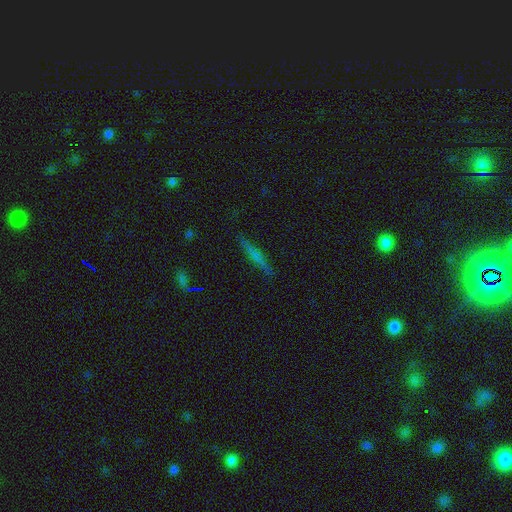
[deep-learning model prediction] Overall: featured or disk (51%; smooth 40%). Edge-on disk: yes (97%). Merging: none (89%).